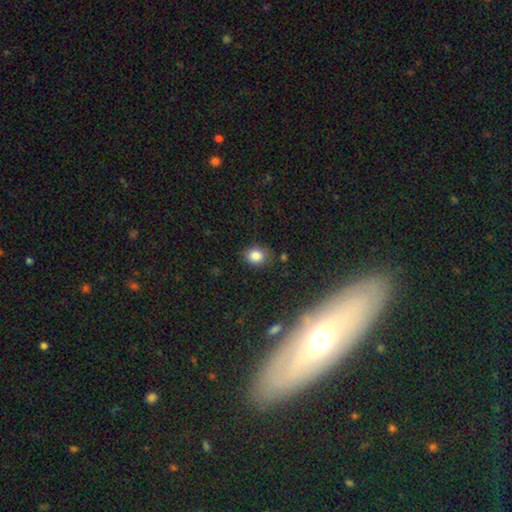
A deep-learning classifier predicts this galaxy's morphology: Smooth or featured? smooth (83%)
How rounded? round (59%)
Merging? none (80%)